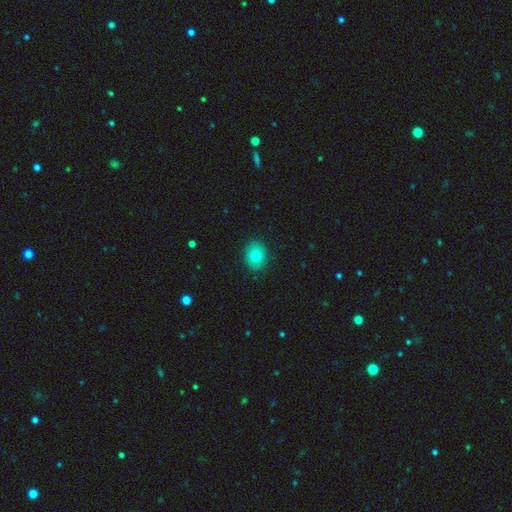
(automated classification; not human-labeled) Smooth or featured? smooth (80%)
How rounded? in between (52%)
Merging? none (89%)